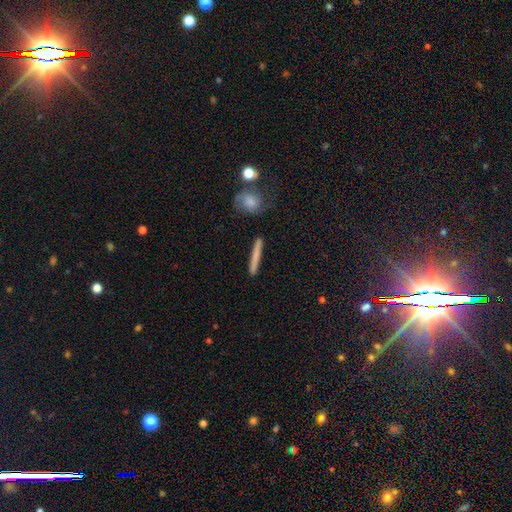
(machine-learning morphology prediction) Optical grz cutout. It shows a smooth galaxy with no disk features (65%) that is cigar-shaped (95%). Merging: none (87%).